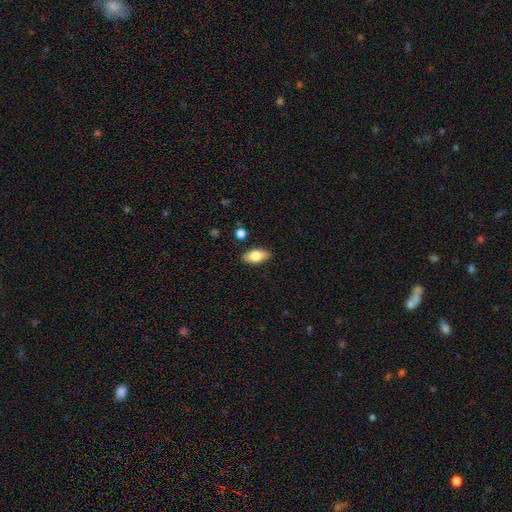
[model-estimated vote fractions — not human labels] Smooth or featured?
  - smooth: 74% *
  - featured or disk: 19%
  - star or artifact: 7%
How rounded?
  - in between: 88% *
  - cigar-shaped: 8%
  - round: 4%
Merging?
  - none: 87% *
  - minor disturbance: 9%
  - major disturbance: 2%
  - merger: 2%